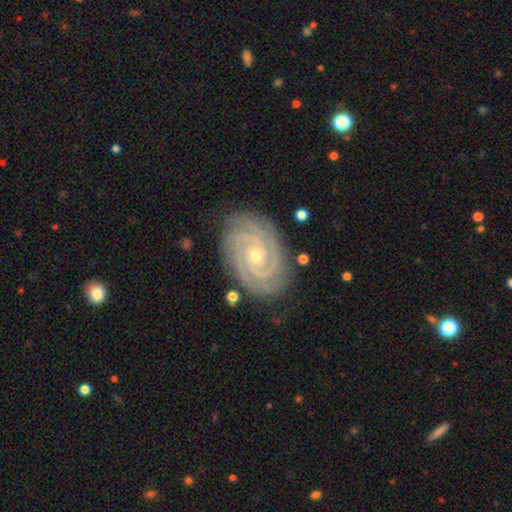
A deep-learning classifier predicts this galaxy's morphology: Q: Smooth or featured?
A: featured or disk (92%); runner-up: star or artifact (5%)
Q: Edge-on disk?
A: no (98%); runner-up: yes (2%)
Q: Bar?
A: no (72%); runner-up: weak (19%)
Q: Spiral arms?
A: yes (99%); runner-up: no (1%)
Q: Spiral winding?
A: tight (85%); runner-up: medium (14%)
Q: Spiral arm count?
A: 3 (33%); runner-up: 2 (26%)
Q: Bulge size?
A: small (72%); runner-up: moderate (25%)
Q: Merging?
A: none (83%); runner-up: minor disturbance (13%)